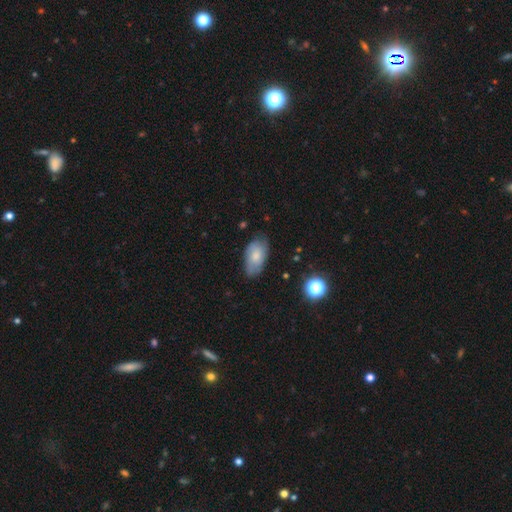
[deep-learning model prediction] Smooth or featured? Predicted: smooth (p=0.63). How rounded? Predicted: in between (p=0.93). Merging? Predicted: none (p=0.67).